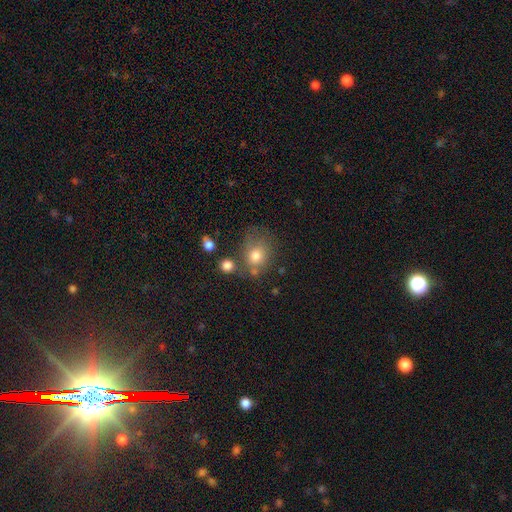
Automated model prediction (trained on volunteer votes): Q: Smooth or featured?
A: smooth (75%); runner-up: featured or disk (13%)
Q: How rounded?
A: round (64%); runner-up: in between (35%)
Q: Merging?
A: none (50%); runner-up: minor disturbance (21%)